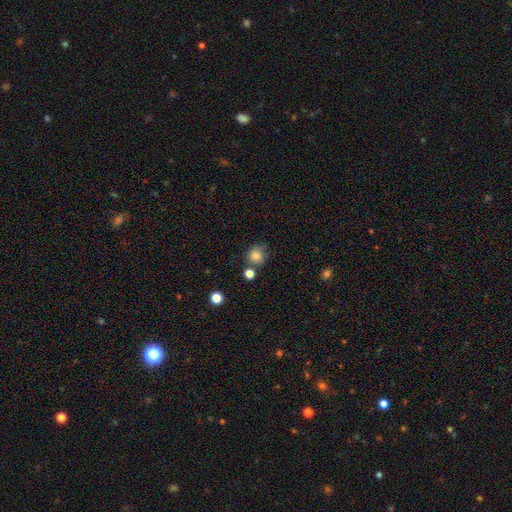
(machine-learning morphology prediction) This appears to be a smooth galaxy with no disk features (81%) that is round (86%). Merging: none (68%).